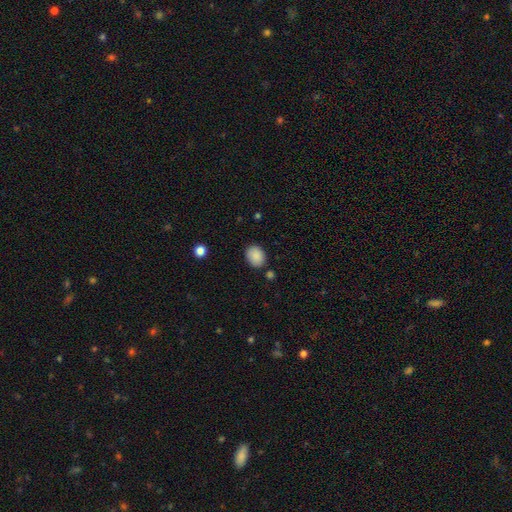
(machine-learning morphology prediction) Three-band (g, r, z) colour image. It shows a smooth galaxy with no disk features (88%) that is in between round and cigar-shaped (61%). Merging: none (83%).